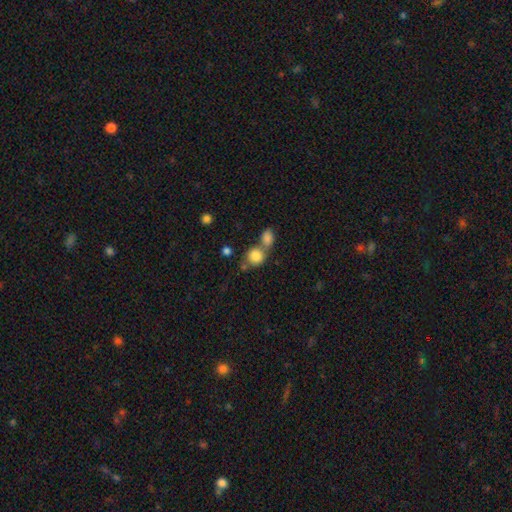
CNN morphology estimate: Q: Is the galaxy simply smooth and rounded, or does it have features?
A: smooth — 83%.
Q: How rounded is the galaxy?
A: round — 78%.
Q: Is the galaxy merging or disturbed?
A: merger — 48%.